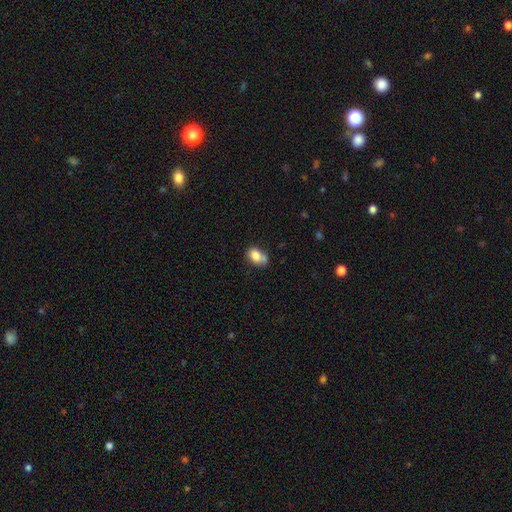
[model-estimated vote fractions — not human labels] Smooth or featured? smooth (79%)
How rounded? in between (72%)
Merging? none (45%)